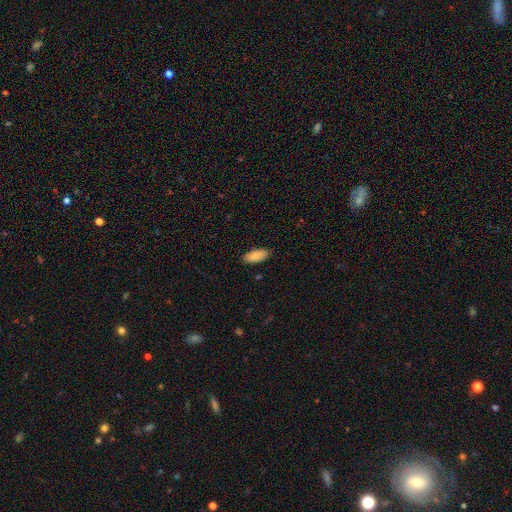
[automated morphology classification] Q: Smooth or featured?
A: smooth (88%); runner-up: star or artifact (6%)
Q: How rounded?
A: in between (87%); runner-up: cigar-shaped (11%)
Q: Merging?
A: none (87%); runner-up: minor disturbance (10%)